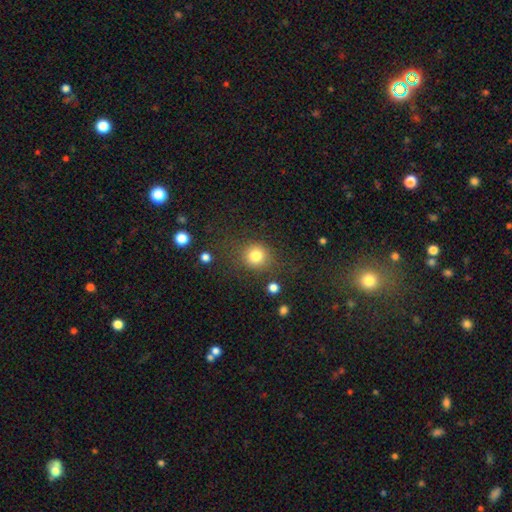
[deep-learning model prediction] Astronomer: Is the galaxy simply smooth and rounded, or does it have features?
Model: smooth — 82%.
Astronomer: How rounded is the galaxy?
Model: round — 88%.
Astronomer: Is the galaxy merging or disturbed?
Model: none — 79%.